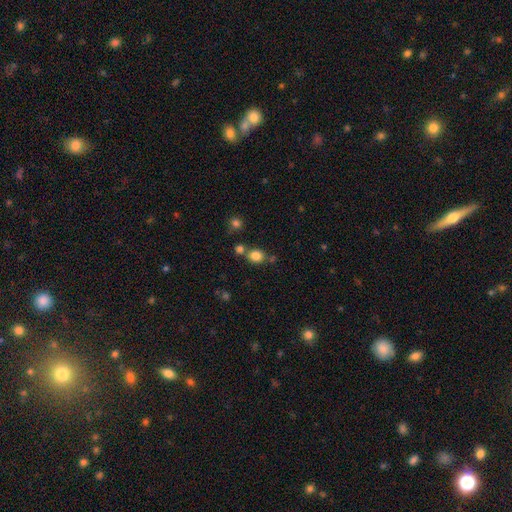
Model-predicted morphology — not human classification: This is clearly a smooth galaxy (82%). How rounded: likely round (72%). Merging: likely none (67%).